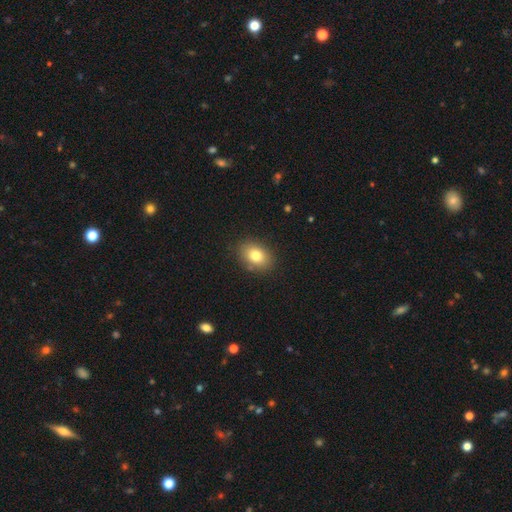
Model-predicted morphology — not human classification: Q: Smooth or featured?
A: smooth (80%); runner-up: featured or disk (10%)
Q: How rounded?
A: in between (72%); runner-up: round (27%)
Q: Merging?
A: none (86%); runner-up: minor disturbance (10%)